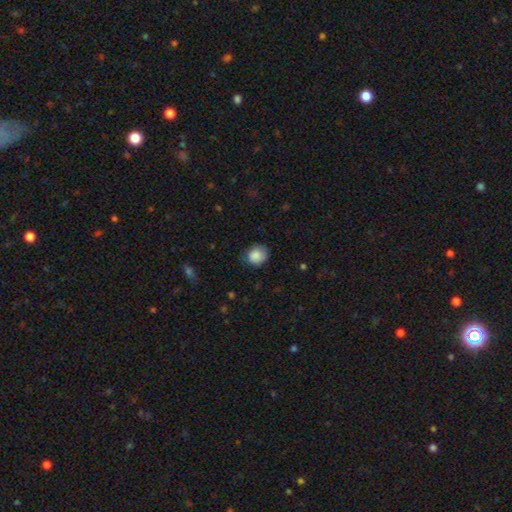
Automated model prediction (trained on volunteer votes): smooth_or_featured: smooth (p=0.86) [alt: star or artifact p=0.07]
how_rounded: round (p=0.68) [alt: in between p=0.31]
merging: none (p=0.66) [alt: minor disturbance p=0.26]